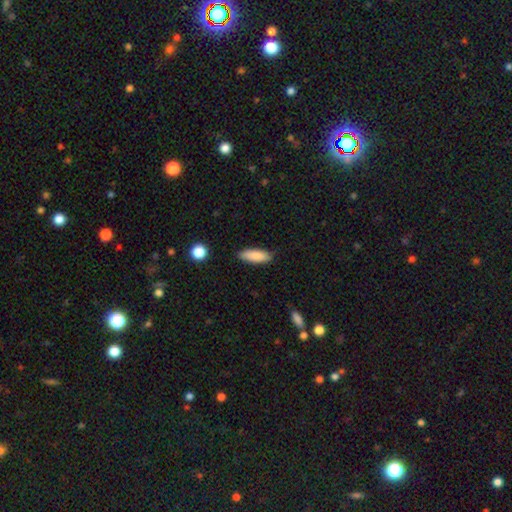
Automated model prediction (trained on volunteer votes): This is clearly a smooth galaxy (86%). How rounded: possibly in between (58%). Merging: clearly none (85%).